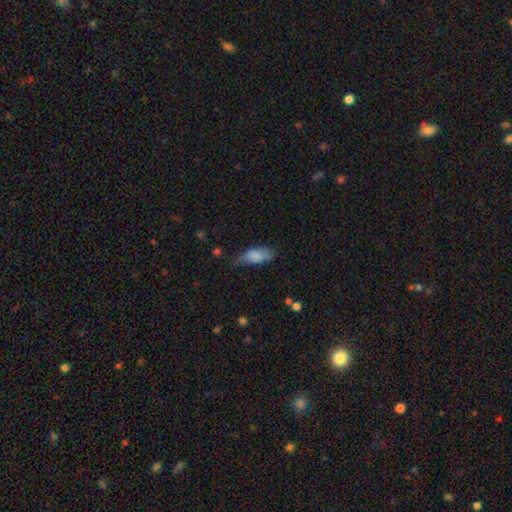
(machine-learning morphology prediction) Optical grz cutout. It shows a smooth galaxy with no disk features (79%) that is in between round and cigar-shaped (82%). Merging: none (45%).